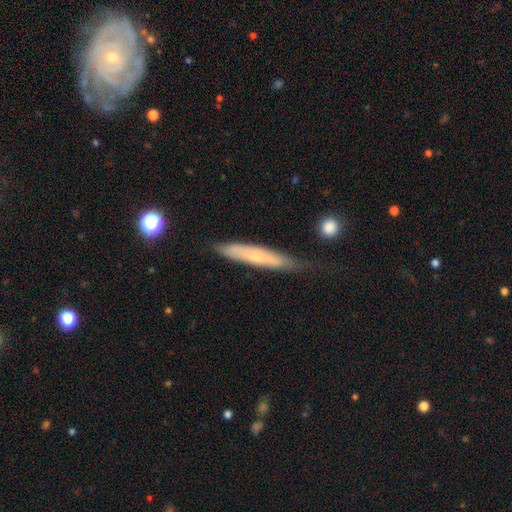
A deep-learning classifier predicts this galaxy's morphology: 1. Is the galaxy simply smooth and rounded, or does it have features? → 49% smooth, 44% featured or disk, 7% star or artifact.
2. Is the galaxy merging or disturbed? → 67% none, 25% minor disturbance, 6% major disturbance, 2% merger.